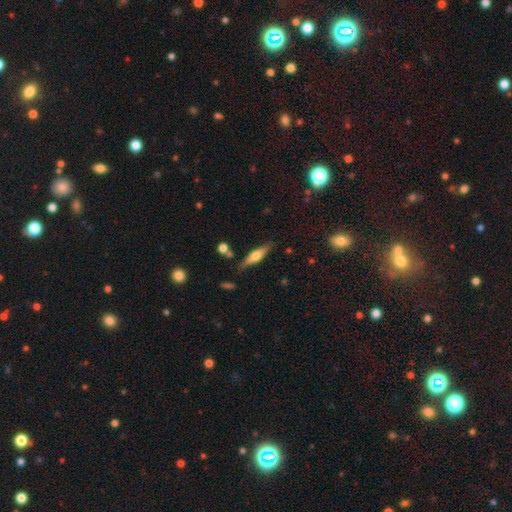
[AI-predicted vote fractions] Smooth or featured: featured or disk — 55% (smooth — 38%)
Edge-on disk: yes — 92% (no — 8%)
Edge-on bulge: rounded — 90% (boxy — 7%)
Merging: none — 79% (minor disturbance — 13%)